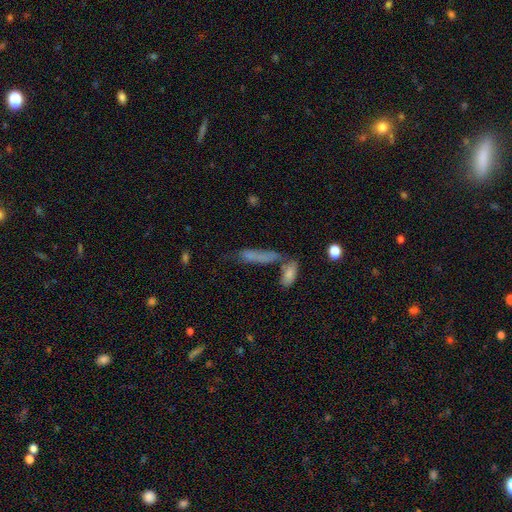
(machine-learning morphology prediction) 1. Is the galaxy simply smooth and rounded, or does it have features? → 58% smooth, 25% featured or disk, 18% star or artifact.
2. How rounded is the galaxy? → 71% cigar-shaped, 24% in between, 5% round.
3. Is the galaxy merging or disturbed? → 52% none, 28% merger, 13% minor disturbance, 7% major disturbance.